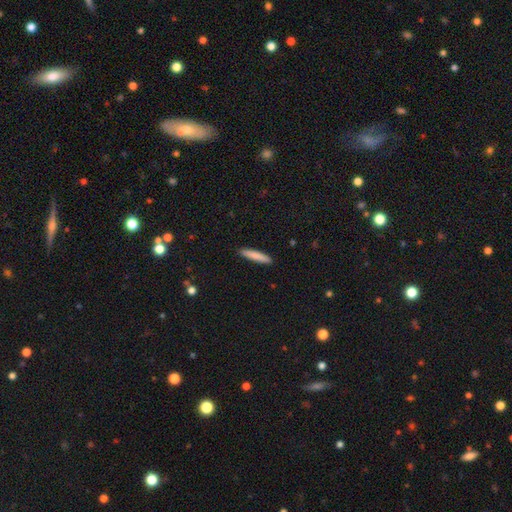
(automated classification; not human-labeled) Smooth or featured: smooth — 83% (featured or disk — 11%)
How rounded: cigar-shaped — 91% (in between — 8%)
Merging: none — 90% (minor disturbance — 7%)